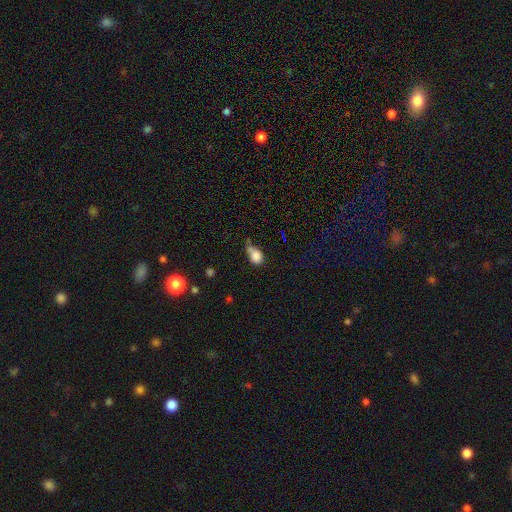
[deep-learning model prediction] Q: Smooth or featured?
A: smooth (80%); runner-up: star or artifact (11%)
Q: How rounded?
A: in between (55%); runner-up: round (43%)
Q: Merging?
A: none (32%); runner-up: minor disturbance (28%)